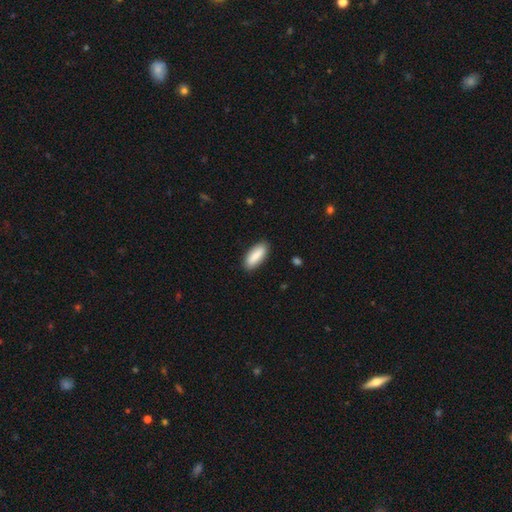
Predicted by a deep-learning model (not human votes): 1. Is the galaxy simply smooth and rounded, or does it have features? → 86% smooth, 9% featured or disk, 6% star or artifact.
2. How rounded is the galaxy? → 72% in between, 26% cigar-shaped, 2% round.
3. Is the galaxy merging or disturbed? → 87% none, 10% minor disturbance, 2% major disturbance, 1% merger.